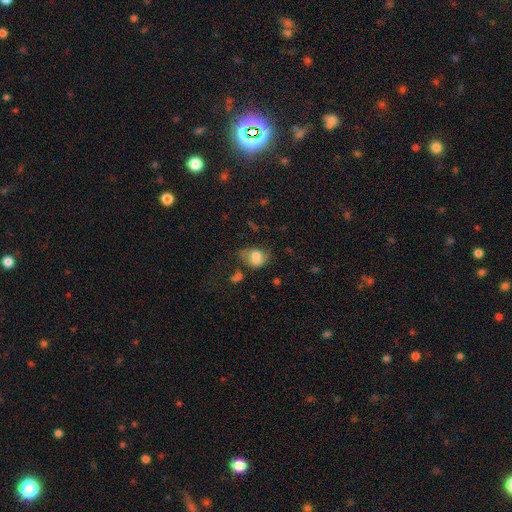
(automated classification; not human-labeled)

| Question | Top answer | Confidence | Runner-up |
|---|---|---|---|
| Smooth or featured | smooth | 70% | featured or disk (19%) |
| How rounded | in between | 61% | round (38%) |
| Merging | none | 39% | minor disturbance (30%) |